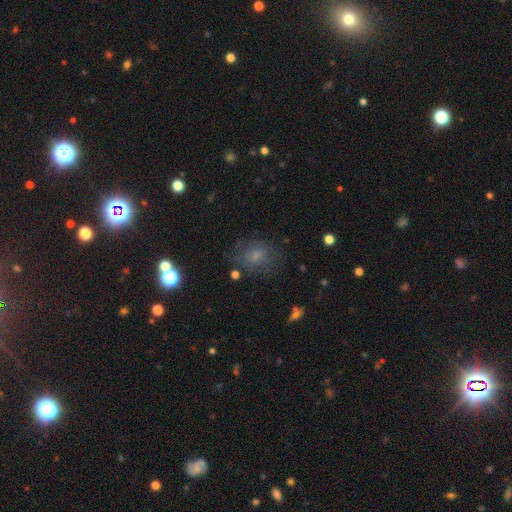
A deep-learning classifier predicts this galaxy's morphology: Q: Smooth or featured?
A: smooth (61%); runner-up: featured or disk (22%)
Q: How rounded?
A: round (54%); runner-up: in between (45%)
Q: Merging?
A: none (65%); runner-up: minor disturbance (20%)